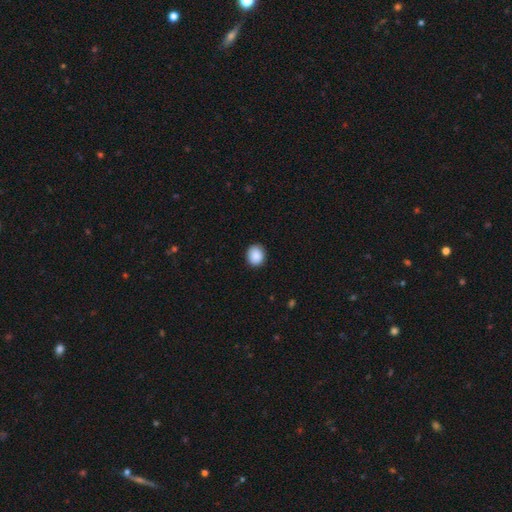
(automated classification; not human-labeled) Q: Smooth or featured?
A: smooth (90%); runner-up: star or artifact (8%)
Q: How rounded?
A: round (74%); runner-up: in between (25%)
Q: Merging?
A: none (90%); runner-up: minor disturbance (8%)